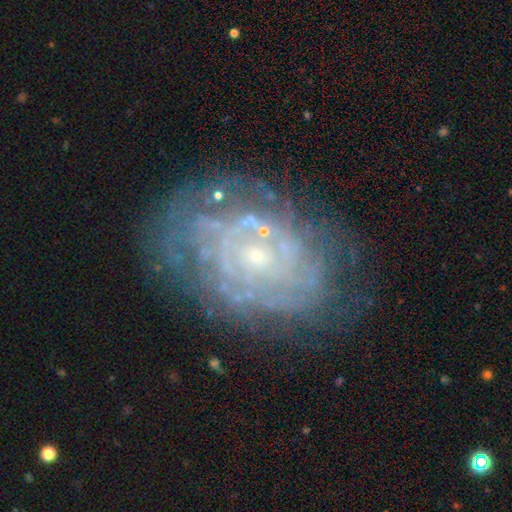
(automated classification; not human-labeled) featured or disk 83%, smooth 10%, star or artifact 8%. Down the decision tree: edge-on disk — no (97%); bar — no (80%); spiral arms — yes (86%); spiral arm count — can't tell (53%); spiral winding — tight (77%); bulge size — small (75%); merging — none (69%).